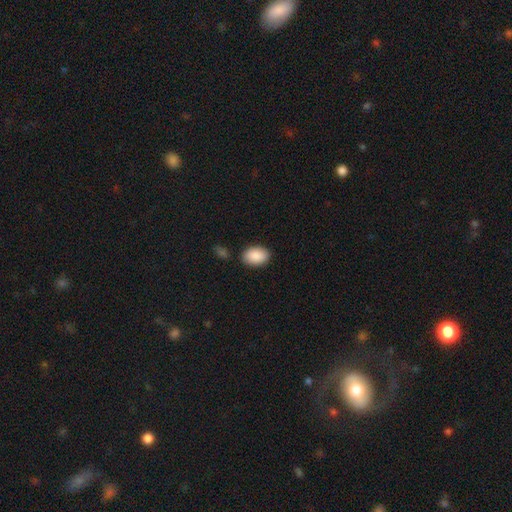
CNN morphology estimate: A smooth galaxy with no disk features (90%) that is in between round and cigar-shaped (86%).

Vote fractions:
- Smooth or featured? smooth: 90% / star or artifact: 6% / featured or disk: 4%
- How rounded? in between: 86% / round: 13% / cigar-shaped: 1%
- Merging? none: 83% / minor disturbance: 11% / merger: 3% / major disturbance: 3%